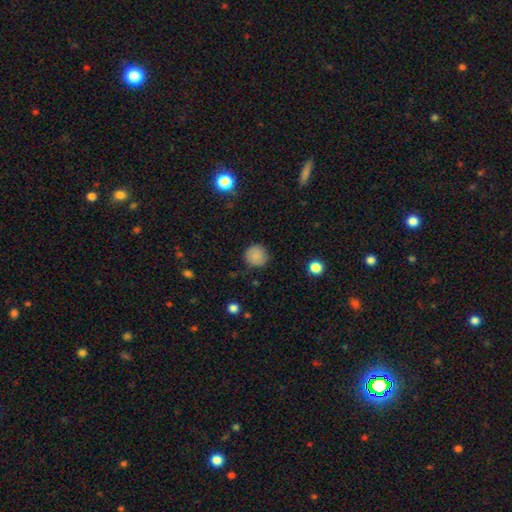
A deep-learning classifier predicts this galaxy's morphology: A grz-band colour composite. It shows a smooth galaxy with no disk features (85%) that is round (92%). Merging: none (82%).